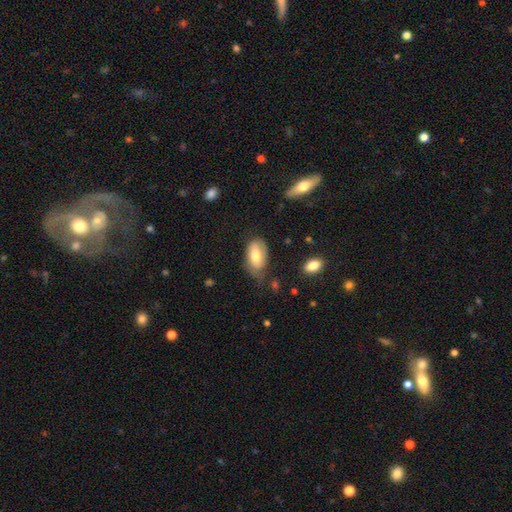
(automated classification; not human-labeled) Overall: smooth (67%). How rounded: in between (93%). Merging: none (48%; minor disturbance 35%).